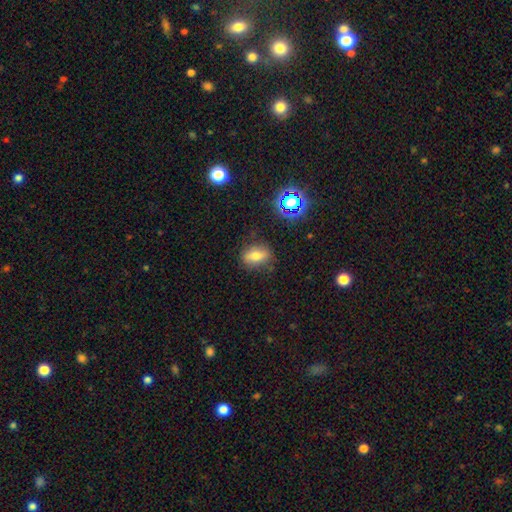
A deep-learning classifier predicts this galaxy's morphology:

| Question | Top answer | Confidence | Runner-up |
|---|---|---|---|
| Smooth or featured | smooth | 66% | featured or disk (19%) |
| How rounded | in between | 74% | round (20%) |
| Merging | none | 80% | minor disturbance (14%) |